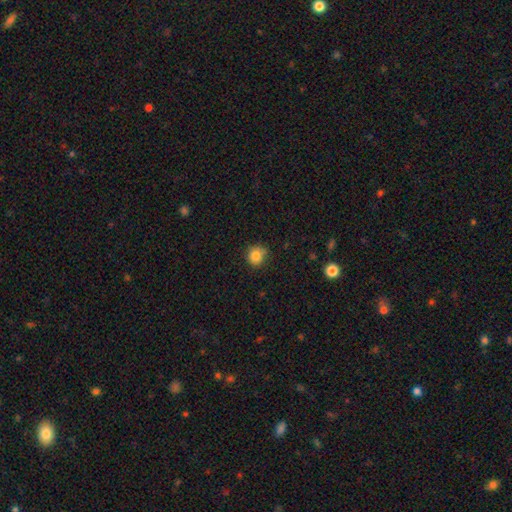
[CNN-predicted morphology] The model was most divided on "merging": none: 74%, minor disturbance: 19%, merger: 4%, major disturbance: 3%. More confident: how rounded — round (89%); smooth or featured — smooth (83%).